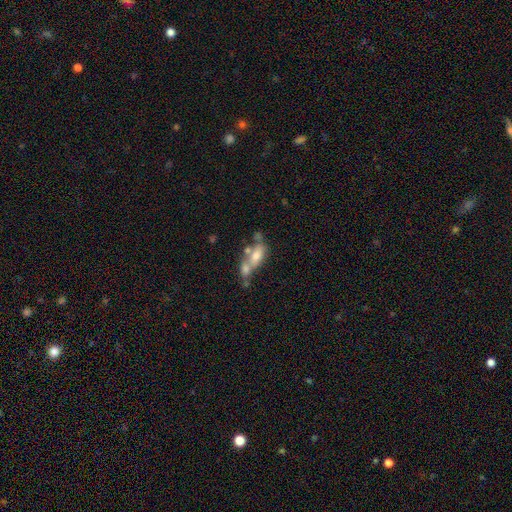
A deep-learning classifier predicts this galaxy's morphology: Smooth or featured? Predicted: smooth (p=0.55). How rounded? Predicted: in between (p=0.76). Merging? Predicted: merger (p=0.54).